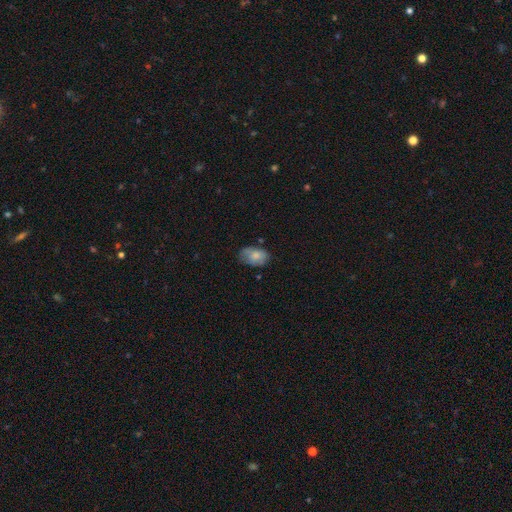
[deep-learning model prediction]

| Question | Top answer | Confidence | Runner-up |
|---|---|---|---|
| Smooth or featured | smooth | 72% | featured or disk (20%) |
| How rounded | in between | 87% | round (11%) |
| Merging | none | 62% | minor disturbance (28%) |